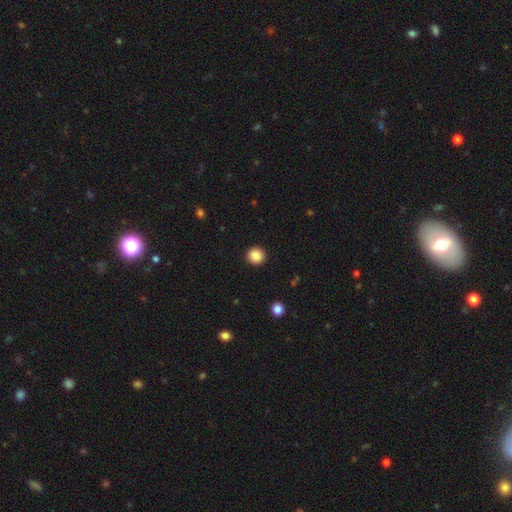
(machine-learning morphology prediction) smooth-or-featured: smooth: 88% | star or artifact: 9% | featured or disk: 3%
  how-rounded: round: 94% | in between: 6% | cigar-shaped: 1%
  merging: none: 93% | minor disturbance: 5% | major disturbance: 2% | merger: 1%